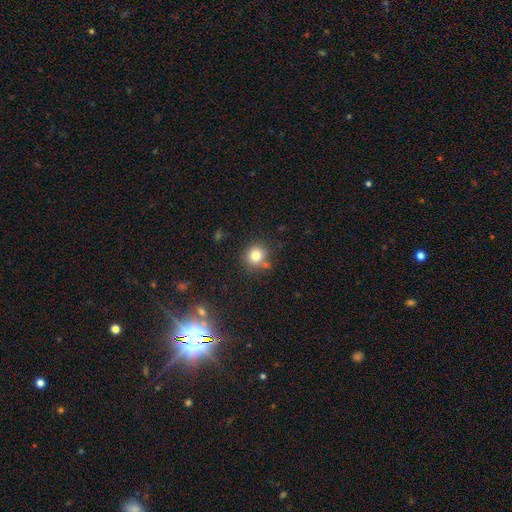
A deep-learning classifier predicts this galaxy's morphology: smooth-or-featured: smooth: 80% | star or artifact: 13% | featured or disk: 8%
  how-rounded: round: 88% | in between: 11% | cigar-shaped: 1%
  merging: none: 76% | minor disturbance: 11% | merger: 9% | major disturbance: 3%